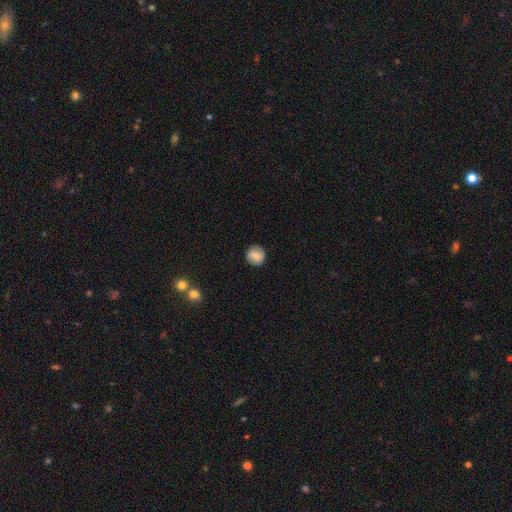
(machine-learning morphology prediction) Q: Smooth or featured?
A: smooth (78%); runner-up: featured or disk (13%)
Q: How rounded?
A: round (91%); runner-up: in between (8%)
Q: Merging?
A: none (86%); runner-up: minor disturbance (10%)